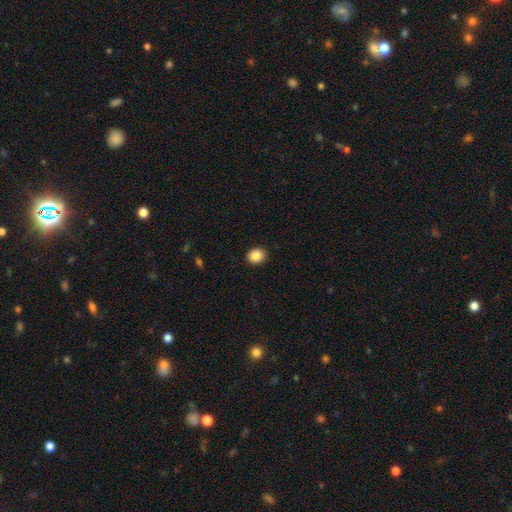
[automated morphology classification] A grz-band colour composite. It shows a smooth galaxy with no disk features (88%) that is round (69%). Merging: none (91%).